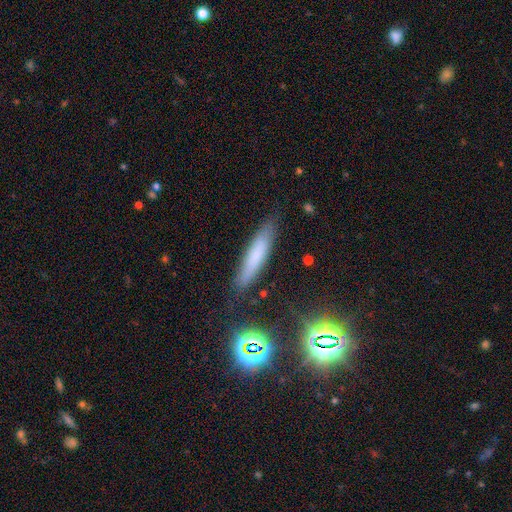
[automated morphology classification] Smooth or featured?
  - smooth: 68% *
  - featured or disk: 18%
  - star or artifact: 13%
How rounded?
  - cigar-shaped: 86% *
  - in between: 12%
  - round: 2%
Merging?
  - none: 84% *
  - minor disturbance: 11%
  - major disturbance: 3%
  - merger: 2%